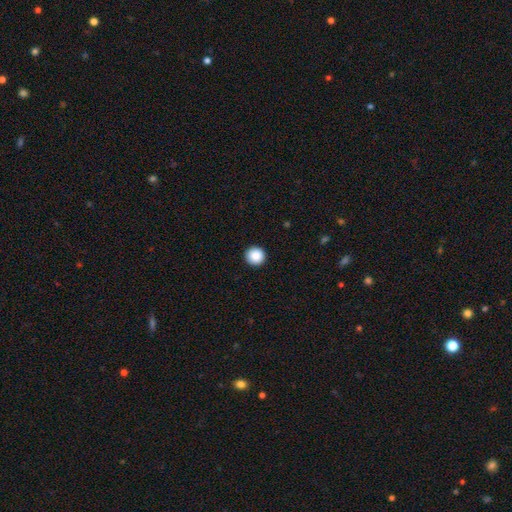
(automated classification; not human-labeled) The model was most divided on "smooth or featured": smooth: 88%, star or artifact: 9%, featured or disk: 3%. More confident: how rounded — round (95%); merging — none (93%).